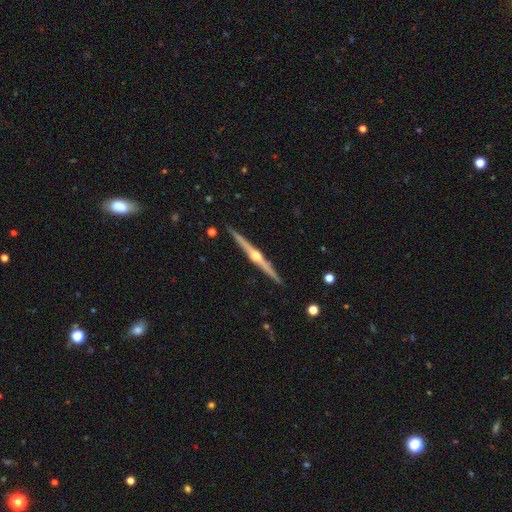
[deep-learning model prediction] Smooth or featured? featured or disk (85%)
Edge-on disk? yes (98%)
Edge-on bulge? rounded (94%)
Merging? none (91%)